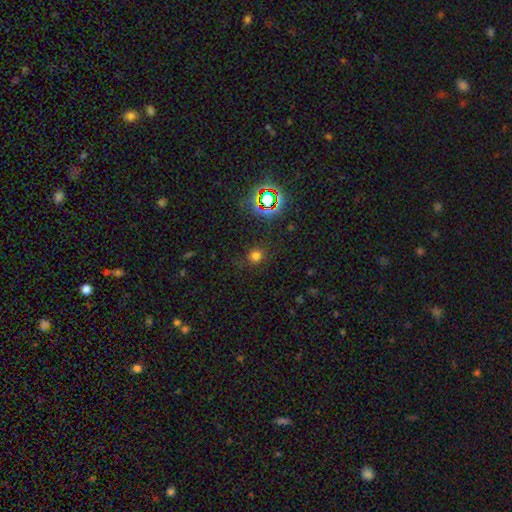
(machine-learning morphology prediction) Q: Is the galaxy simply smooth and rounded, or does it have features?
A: smooth — 69%.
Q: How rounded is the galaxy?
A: round — 89%.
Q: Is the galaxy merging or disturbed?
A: none — 82%.